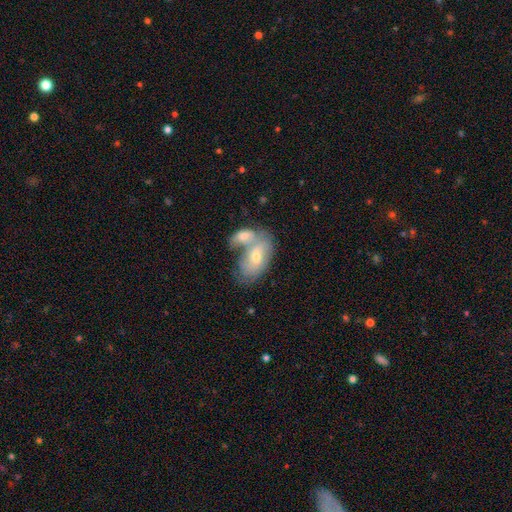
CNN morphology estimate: The model was most divided on "smooth or featured": smooth: 55%, featured or disk: 38%, star or artifact: 7%. More confident: how rounded — in between (90%); merging — merger (63%).